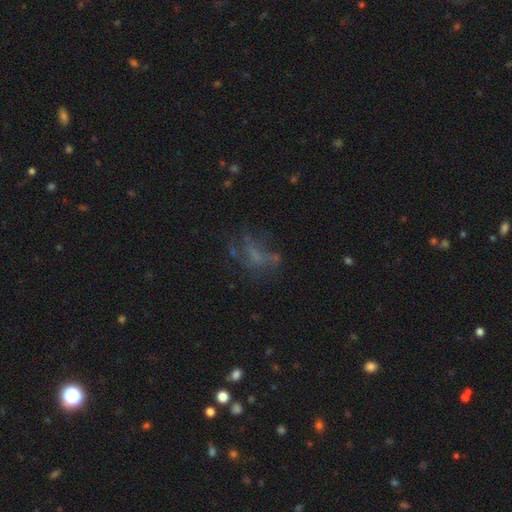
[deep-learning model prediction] Overall: featured or disk (42%; smooth 34%). Merging: none (45%; major disturbance 31%).